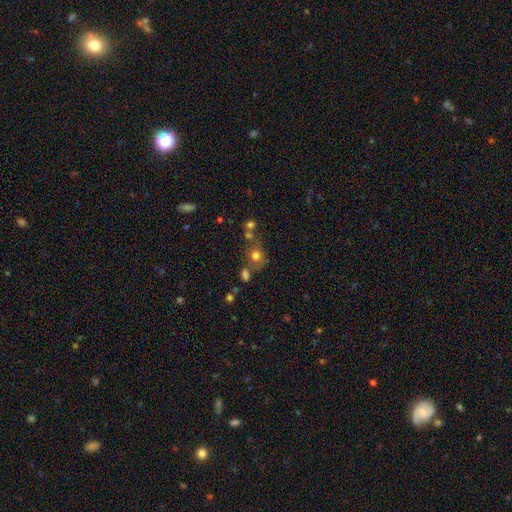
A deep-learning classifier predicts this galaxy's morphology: Smooth or featured?
  - smooth: 70% *
  - star or artifact: 16%
  - featured or disk: 14%
How rounded?
  - round: 76% *
  - in between: 23%
  - cigar-shaped: 1%
Merging?
  - none: 52% *
  - merger: 25%
  - minor disturbance: 14%
  - major disturbance: 8%